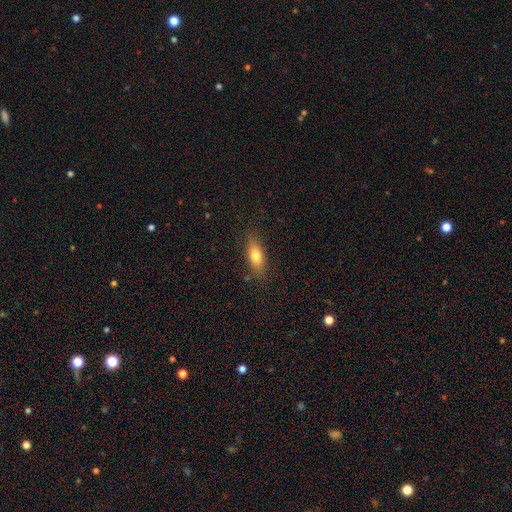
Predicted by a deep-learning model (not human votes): smooth-or-featured: smooth: 75% | featured or disk: 17% | star or artifact: 8%
  how-rounded: in between: 71% | cigar-shaped: 24% | round: 4%
  merging: none: 83% | minor disturbance: 12% | major disturbance: 3% | merger: 1%